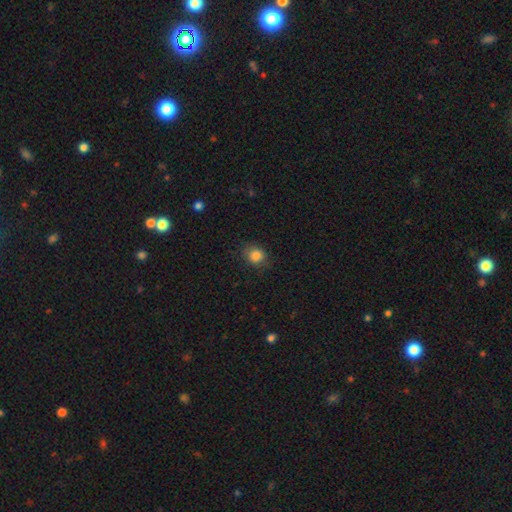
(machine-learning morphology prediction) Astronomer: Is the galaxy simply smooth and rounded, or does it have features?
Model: smooth — 85%.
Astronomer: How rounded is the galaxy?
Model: round — 72%.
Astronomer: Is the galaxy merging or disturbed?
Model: none — 80%.